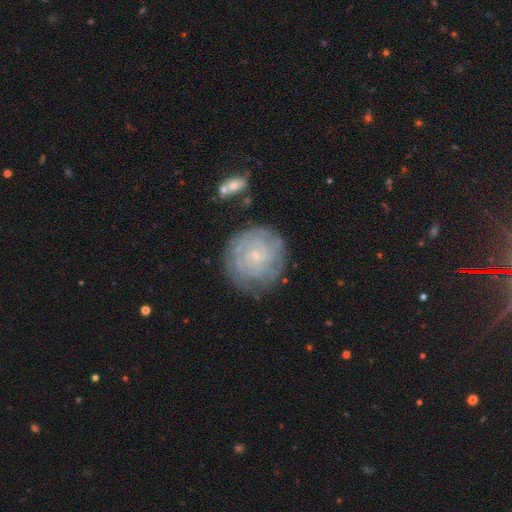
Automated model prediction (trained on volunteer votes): Smooth or featured: featured or disk — 76% (smooth — 17%)
Edge-on disk: no — 98% (yes — 2%)
Bar: no — 80% (weak — 16%)
Spiral arms: yes — 90% (no — 10%)
Spiral winding: tight — 84% (medium — 12%)
Spiral arm count: can't tell — 44% (2 — 16%)
Bulge size: small — 87% (moderate — 8%)
Merging: none — 79% (minor disturbance — 14%)